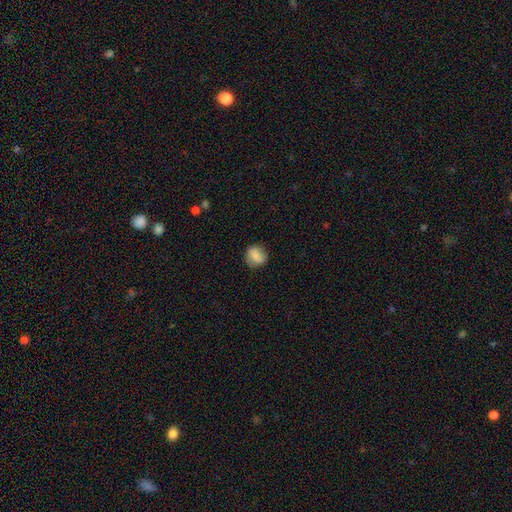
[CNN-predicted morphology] smooth 78%, featured or disk 13%, star or artifact 8%. Down the decision tree: how rounded — round (75%); merging — none (78%).